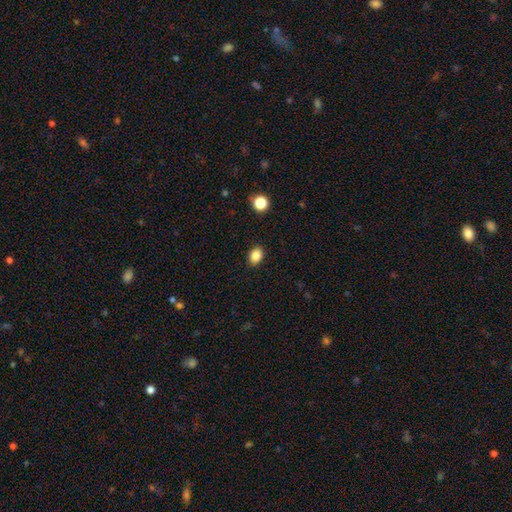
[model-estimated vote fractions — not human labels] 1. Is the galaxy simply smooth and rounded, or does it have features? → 86% smooth, 10% star or artifact, 4% featured or disk.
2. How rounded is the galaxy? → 64% in between, 35% round, 1% cigar-shaped.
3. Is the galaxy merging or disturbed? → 90% none, 7% minor disturbance, 2% major disturbance, 1% merger.